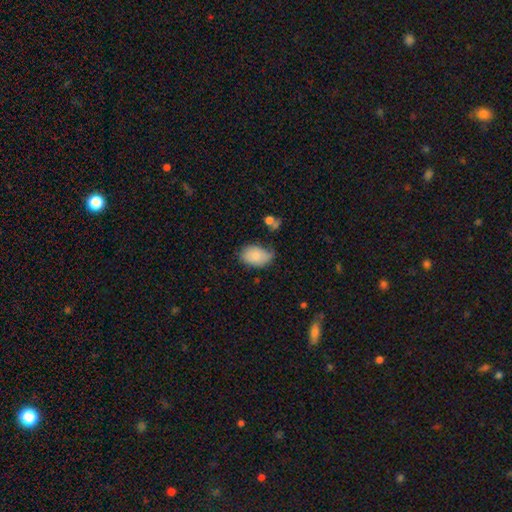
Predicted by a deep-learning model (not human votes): This is likely a smooth galaxy (80%). How rounded: clearly in between (86%). Merging: possibly none (52%).